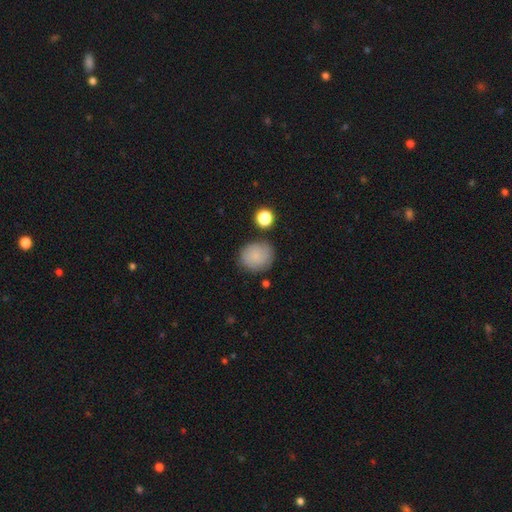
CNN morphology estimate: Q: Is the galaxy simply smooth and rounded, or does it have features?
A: smooth — 82%.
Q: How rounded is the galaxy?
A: round — 82%.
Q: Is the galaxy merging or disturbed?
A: none — 76%.